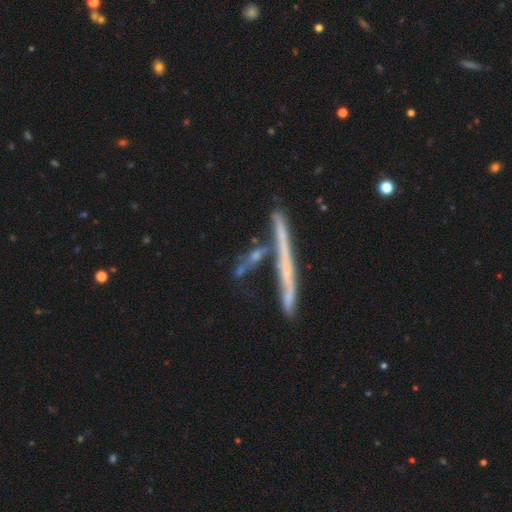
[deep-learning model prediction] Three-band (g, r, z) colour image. It shows a featured or disk galaxy (53%) viewed edge-on (80%). Merging: none (56%).